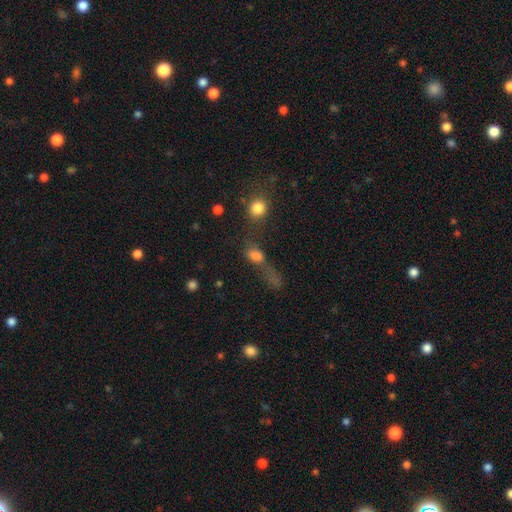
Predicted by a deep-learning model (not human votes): This is likely a smooth galaxy (67%). How rounded: possibly in between (58%). Merging: marginally merger (35%).